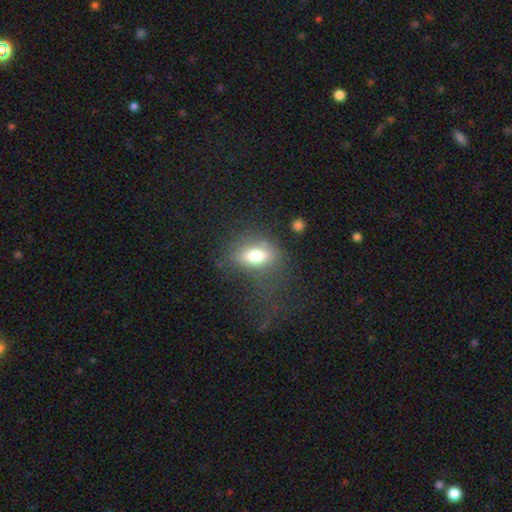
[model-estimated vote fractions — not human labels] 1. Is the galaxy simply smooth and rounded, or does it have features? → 72% smooth, 17% featured or disk, 10% star or artifact.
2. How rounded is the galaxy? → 82% in between, 12% round, 6% cigar-shaped.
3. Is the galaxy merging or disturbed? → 59% none, 19% minor disturbance, 17% major disturbance, 5% merger.